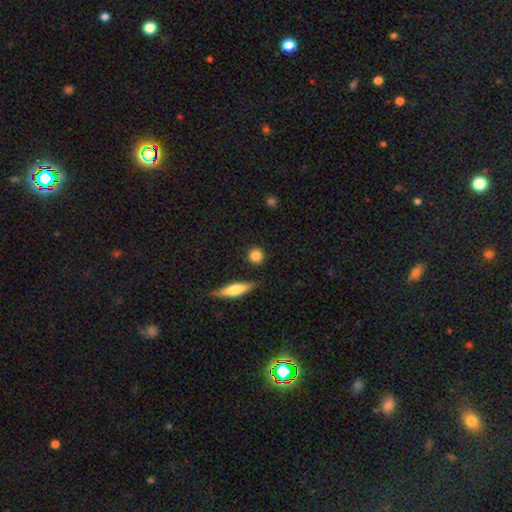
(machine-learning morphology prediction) Overall: smooth (84%). How rounded: round (88%). Merging: none (87%).